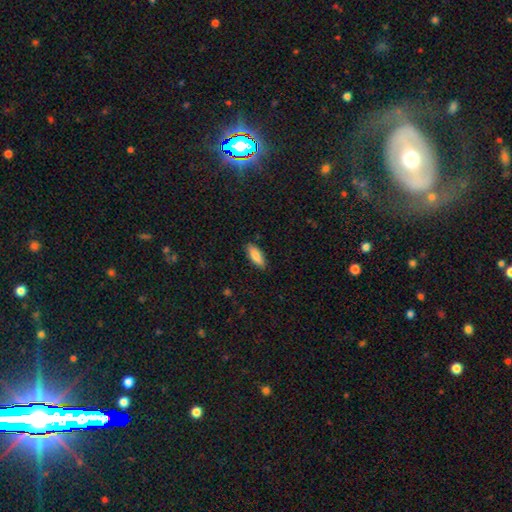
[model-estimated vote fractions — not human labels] The model was most divided on "how rounded": in between: 70%, cigar-shaped: 28%, round: 2%. More confident: merging — none (86%); smooth or featured — smooth (86%).